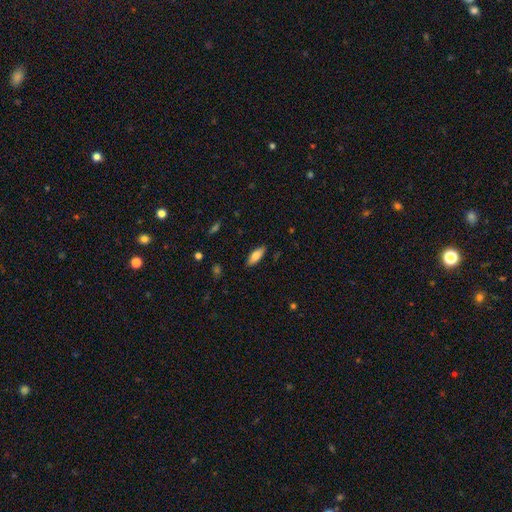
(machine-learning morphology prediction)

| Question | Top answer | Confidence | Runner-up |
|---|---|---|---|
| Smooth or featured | smooth | 79% | featured or disk (15%) |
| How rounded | in between | 73% | cigar-shaped (25%) |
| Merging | none | 87% | minor disturbance (10%) |